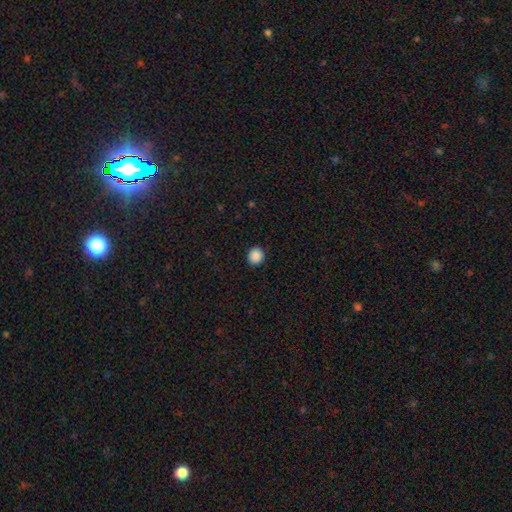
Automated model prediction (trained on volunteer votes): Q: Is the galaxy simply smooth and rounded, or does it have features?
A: smooth — 89%.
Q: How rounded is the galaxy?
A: round — 88%.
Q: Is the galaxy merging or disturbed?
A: none — 92%.